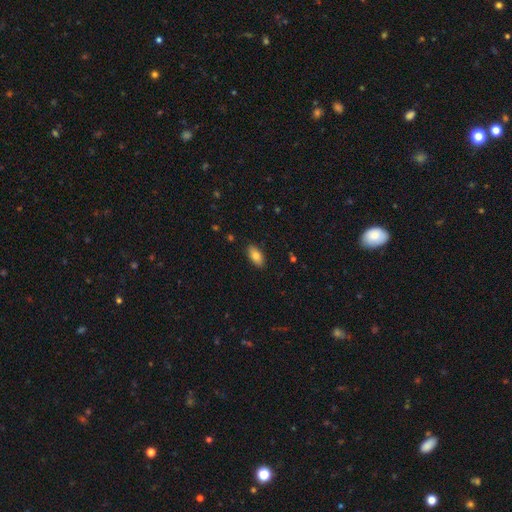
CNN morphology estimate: Smooth or featured: smooth — 82% (featured or disk — 10%)
How rounded: in between — 92% (cigar-shaped — 5%)
Merging: none — 88% (minor disturbance — 9%)